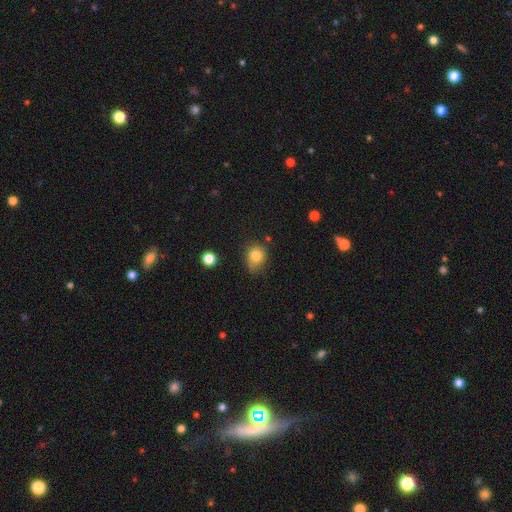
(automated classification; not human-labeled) Smooth or featured: smooth — 81% (star or artifact — 11%)
How rounded: round — 66% (in between — 33%)
Merging: none — 60% (minor disturbance — 29%)